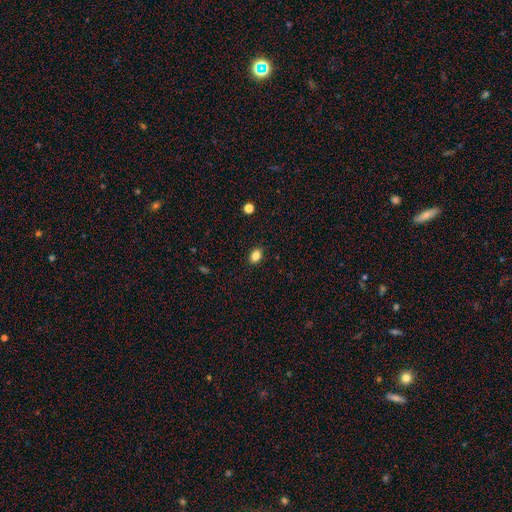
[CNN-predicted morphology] Smooth or featured?
  - smooth: 85% *
  - star or artifact: 10%
  - featured or disk: 5%
How rounded?
  - in between: 74% *
  - round: 25%
  - cigar-shaped: 1%
Merging?
  - none: 89% *
  - minor disturbance: 8%
  - major disturbance: 2%
  - merger: 1%